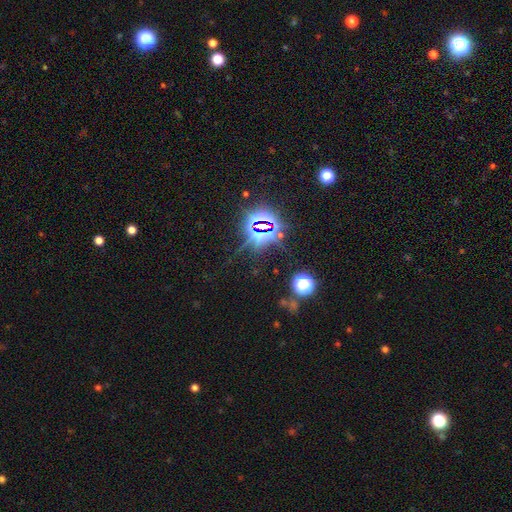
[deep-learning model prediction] A star or artifact, not a galaxy (83%).

Vote fractions:
- Smooth or featured? star or artifact: 83% / smooth: 10% / featured or disk: 7%